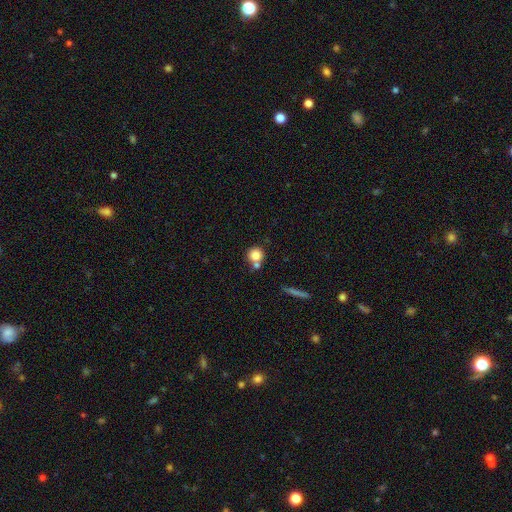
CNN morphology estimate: This appears to be a smooth galaxy with no disk features (80%) that is round (91%). Merging: none (59%).